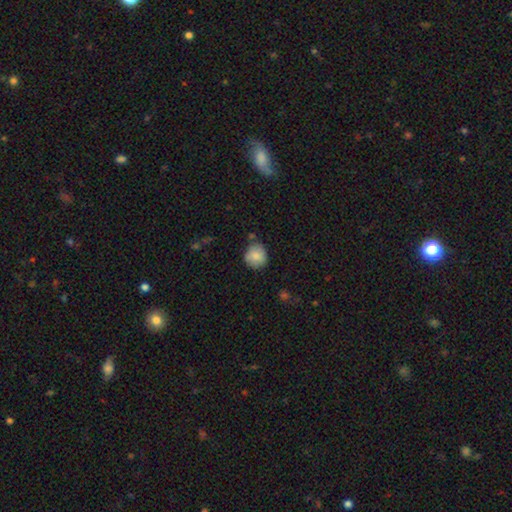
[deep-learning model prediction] Smooth or featured?
  - smooth: 84% *
  - featured or disk: 8%
  - star or artifact: 8%
How rounded?
  - round: 85% *
  - in between: 14%
  - cigar-shaped: 1%
Merging?
  - none: 74% *
  - minor disturbance: 18%
  - merger: 4%
  - major disturbance: 4%